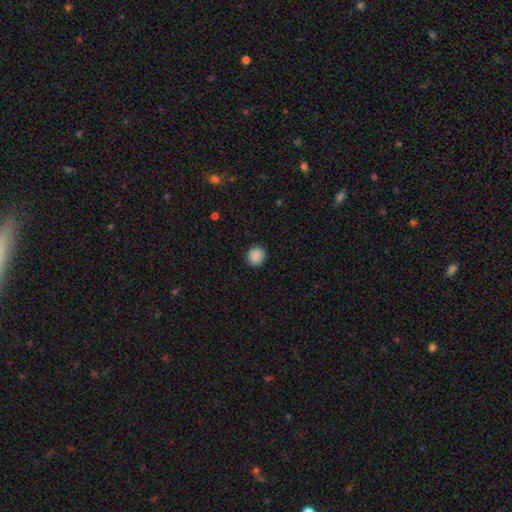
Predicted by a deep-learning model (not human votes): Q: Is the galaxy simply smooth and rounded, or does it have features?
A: smooth — 89%.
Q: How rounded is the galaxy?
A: round — 91%.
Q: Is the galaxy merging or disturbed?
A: none — 92%.